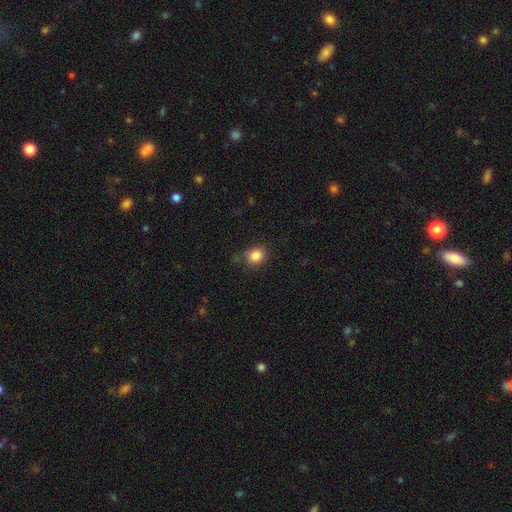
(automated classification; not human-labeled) Smooth or featured: smooth — 84% (star or artifact — 10%)
How rounded: round — 68% (in between — 31%)
Merging: none — 74% (minor disturbance — 18%)